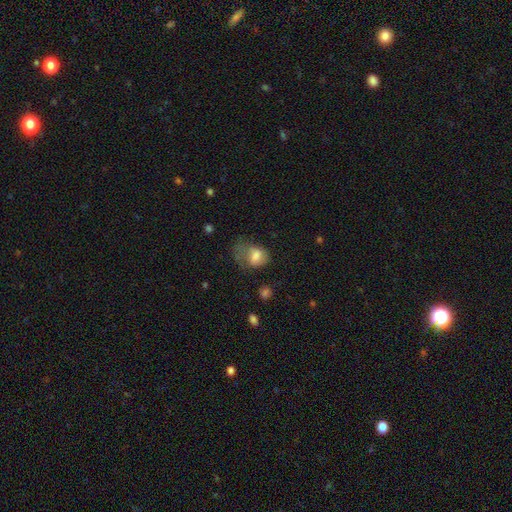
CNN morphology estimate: The model was most divided on "merging": major disturbance: 45%, minor disturbance: 26%, none: 25%, merger: 3%. More confident: how rounded — in between (72%); smooth or featured — smooth (70%).